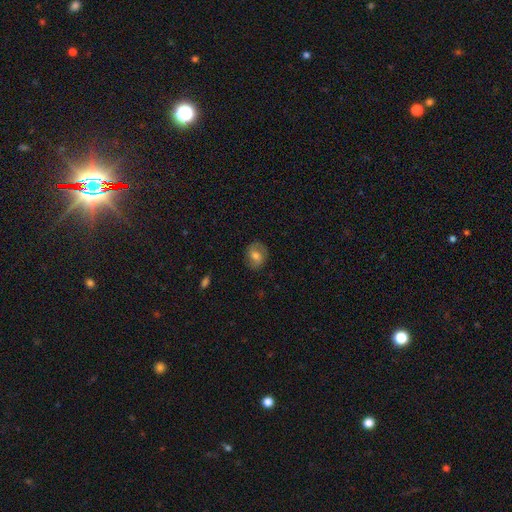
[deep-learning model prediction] Smooth or featured? Predicted: smooth (p=0.53). How rounded? Predicted: round (p=0.61). Merging? Predicted: none (p=0.80).